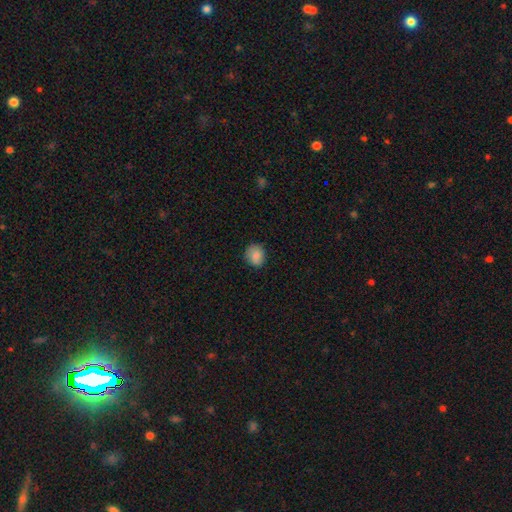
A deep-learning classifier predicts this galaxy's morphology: Smooth or featured? smooth (86%)
How rounded? round (72%)
Merging? none (81%)